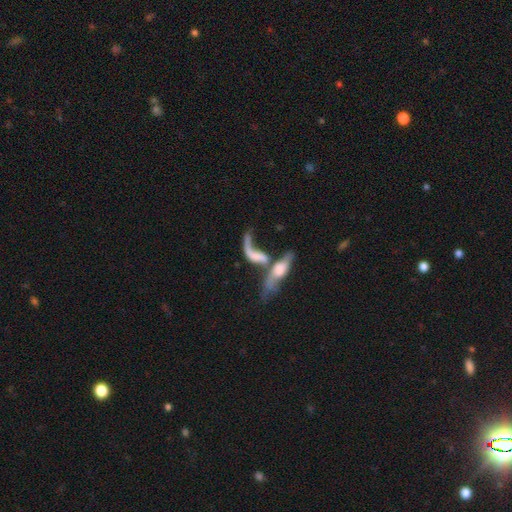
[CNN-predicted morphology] smooth_or_featured: featured or disk (p=0.62) [alt: smooth p=0.29]
disk_edge_on: no (p=0.80) [alt: yes p=0.20]
merging: merger (p=0.71) [alt: major disturbance p=0.13]